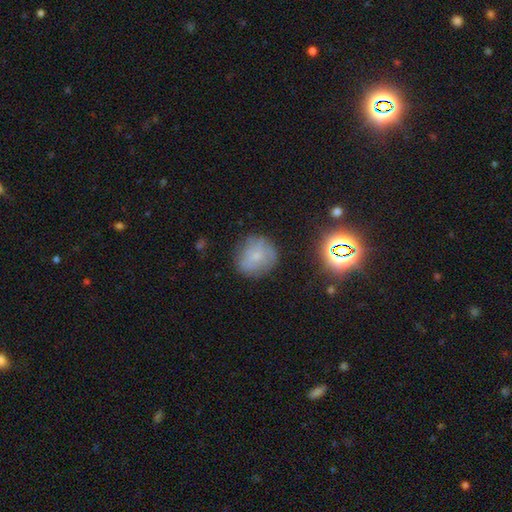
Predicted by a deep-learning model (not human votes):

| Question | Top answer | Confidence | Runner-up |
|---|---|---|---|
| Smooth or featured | smooth | 53% | featured or disk (31%) |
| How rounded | round | 84% | in between (15%) |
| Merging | none | 71% | minor disturbance (20%) |